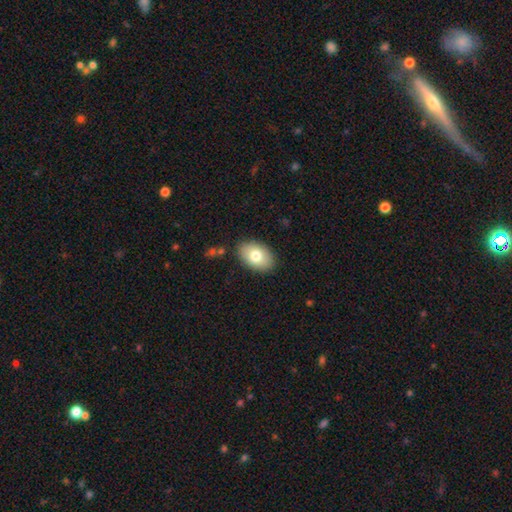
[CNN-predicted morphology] smooth_or_featured: smooth (p=0.77) [alt: featured or disk p=0.16]
how_rounded: in between (p=0.89) [alt: round p=0.10]
merging: none (p=0.87) [alt: minor disturbance p=0.09]